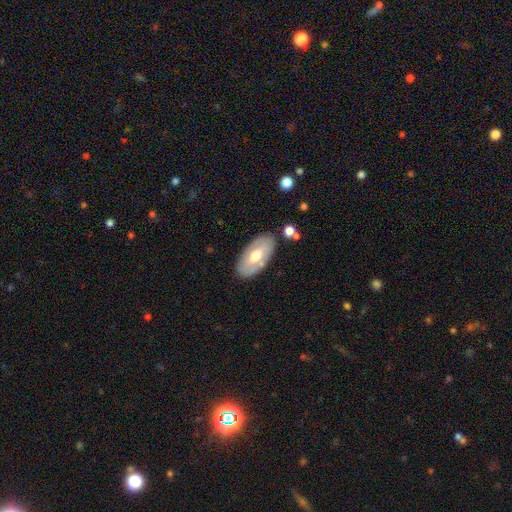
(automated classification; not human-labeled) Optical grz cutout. It shows a featured or disk galaxy (48%). Merging: none (81%).